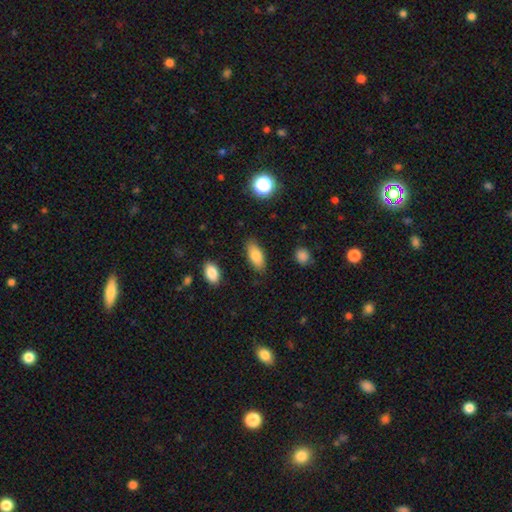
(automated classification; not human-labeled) smooth 83%, featured or disk 10%, star or artifact 8%. Down the decision tree: how rounded — in between (83%); merging — none (85%).